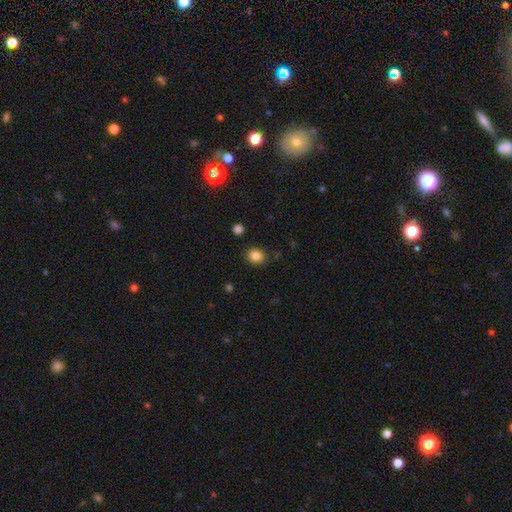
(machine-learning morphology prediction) smooth-or-featured: smooth: 84% | star or artifact: 11% | featured or disk: 5%
  how-rounded: round: 68% | in between: 31% | cigar-shaped: 1%
  merging: none: 86% | minor disturbance: 9% | major disturbance: 3% | merger: 2%